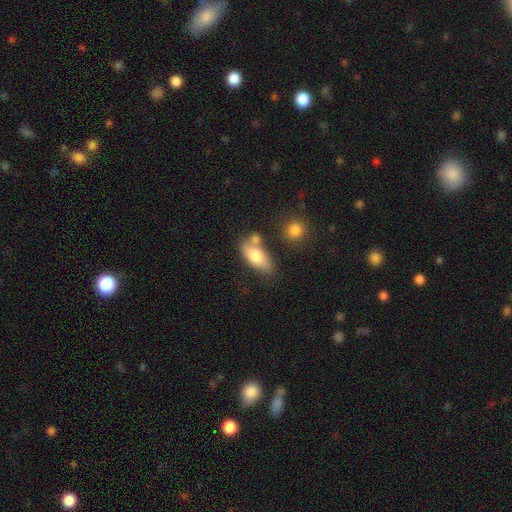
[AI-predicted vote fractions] Smooth or featured? smooth (73%)
How rounded? in between (85%)
Merging? none (52%)